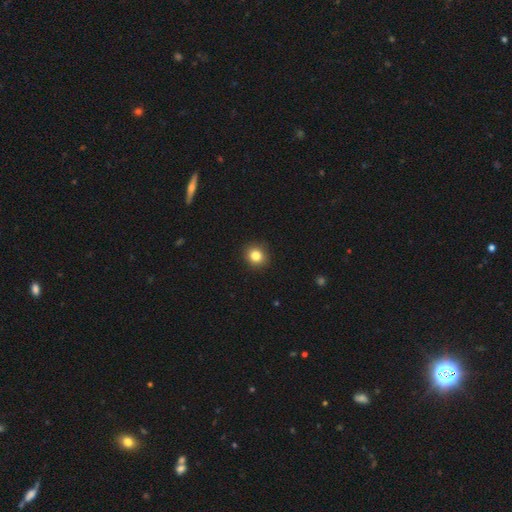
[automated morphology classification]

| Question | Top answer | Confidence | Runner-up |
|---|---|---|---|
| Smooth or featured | smooth | 83% | star or artifact (11%) |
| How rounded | round | 84% | in between (15%) |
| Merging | none | 91% | minor disturbance (6%) |